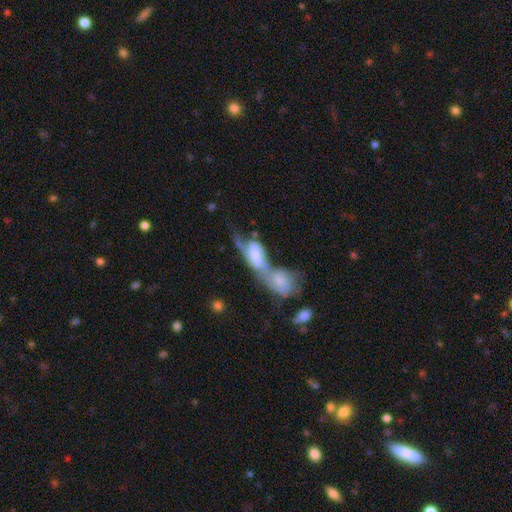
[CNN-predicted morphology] smooth_or_featured: featured or disk (p=0.53) [alt: smooth p=0.39]
disk_edge_on: no (p=0.89) [alt: yes p=0.11]
merging: merger (p=0.77) [alt: none p=0.09]